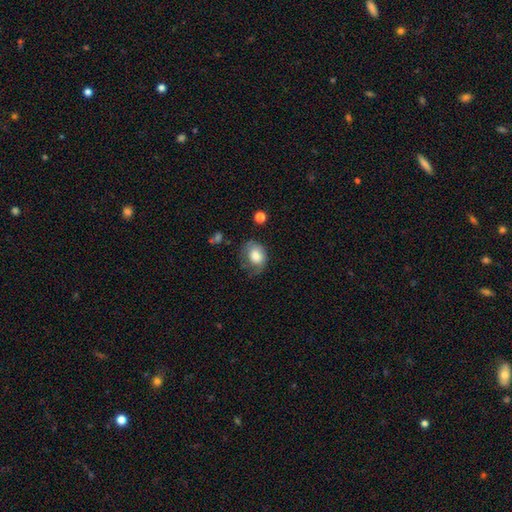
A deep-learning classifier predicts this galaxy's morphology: Overall: smooth (77%). How rounded: in between (57%; round 42%). Merging: none (46%; minor disturbance 34%).